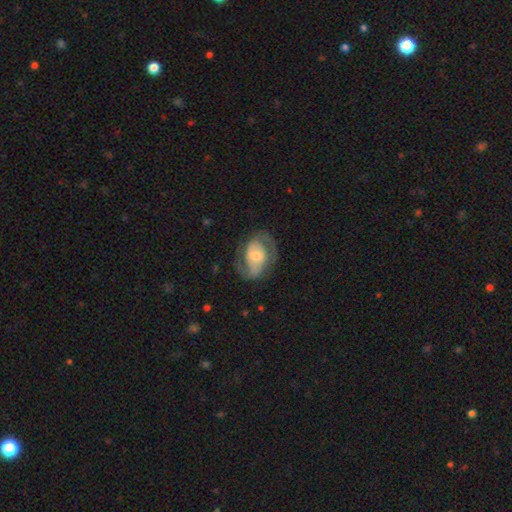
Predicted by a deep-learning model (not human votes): Smooth or featured? Predicted: featured or disk (p=0.71). Edge-on disk? Predicted: no (p=0.96). Bar? Predicted: no (p=0.50). Spiral arms? Predicted: yes (p=0.79). Spiral winding? Predicted: medium (p=0.48). Spiral arm count? Predicted: 2 (p=0.79). Bulge size? Predicted: moderate (p=0.54). Merging? Predicted: none (p=0.65).